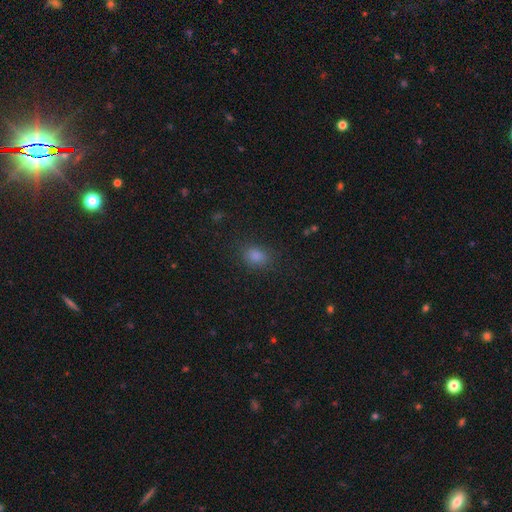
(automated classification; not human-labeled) Smooth or featured? Predicted: smooth (p=0.80). How rounded? Predicted: in between (p=0.64). Merging? Predicted: none (p=0.85).